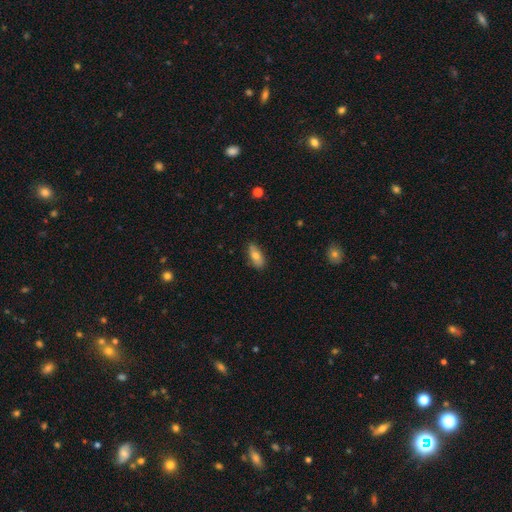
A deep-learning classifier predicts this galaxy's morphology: This appears to be a smooth galaxy with no disk features (74%) that is in between round and cigar-shaped (83%). Merging: none (80%).